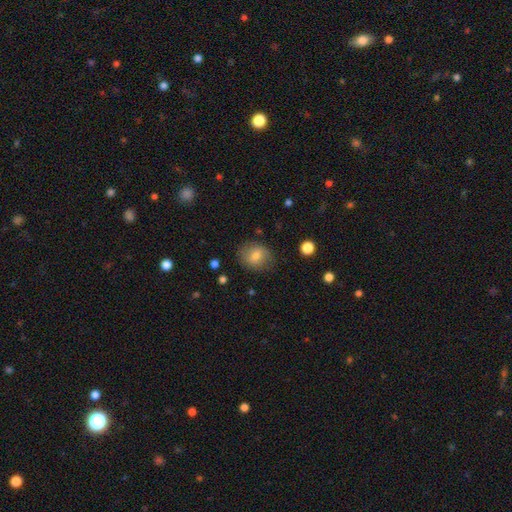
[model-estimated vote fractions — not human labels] Smooth or featured? Predicted: smooth (p=0.72). How rounded? Predicted: round (p=0.55). Merging? Predicted: none (p=0.78).